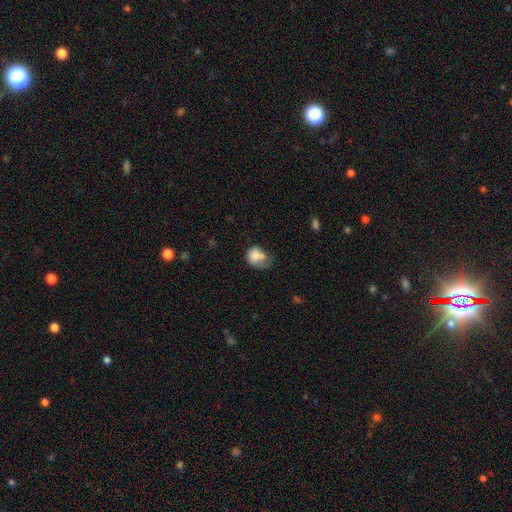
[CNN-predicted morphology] Overall: smooth (75%). How rounded: in between (51%; round 48%). Merging: major disturbance (34%; minor disturbance 27%).